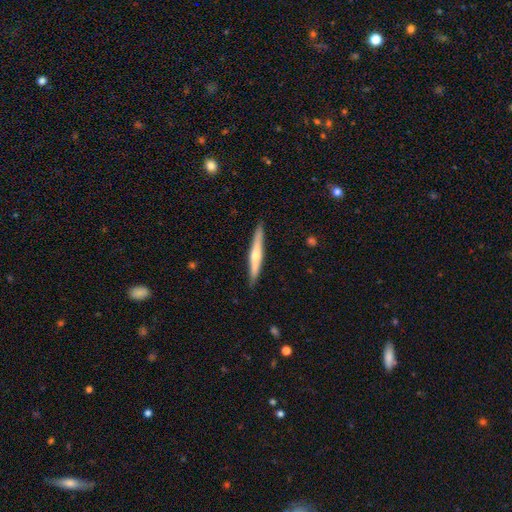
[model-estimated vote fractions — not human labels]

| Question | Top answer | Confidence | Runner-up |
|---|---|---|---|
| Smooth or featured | featured or disk | 56% | smooth (39%) |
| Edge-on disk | yes | 96% | no (4%) |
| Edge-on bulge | rounded | 81% | none (15%) |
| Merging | none | 90% | minor disturbance (8%) |